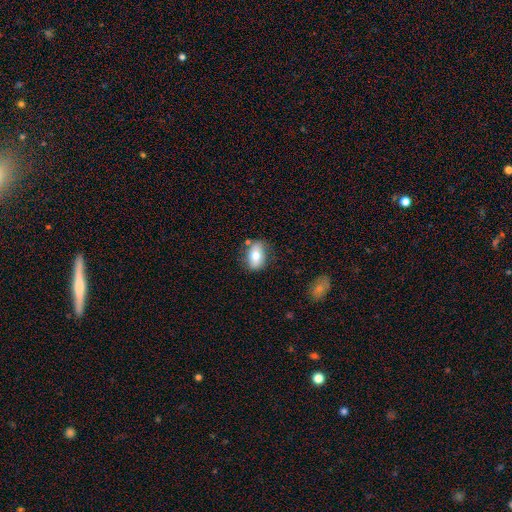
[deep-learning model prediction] Overall: smooth (69%). How rounded: in between (84%). Merging: none (75%).